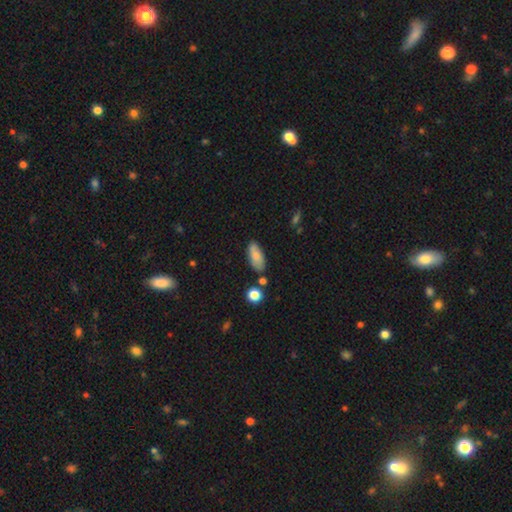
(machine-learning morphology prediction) Smooth or featured? Predicted: smooth (p=0.82). How rounded? Predicted: in between (p=0.83). Merging? Predicted: none (p=0.73).